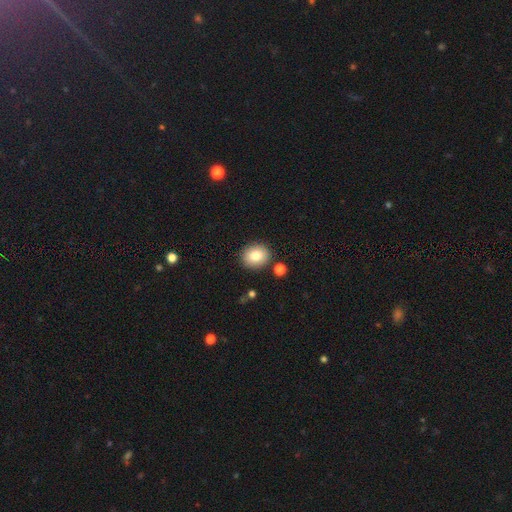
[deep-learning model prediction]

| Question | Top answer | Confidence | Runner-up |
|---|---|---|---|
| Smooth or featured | smooth | 82% | star or artifact (9%) |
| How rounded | round | 68% | in between (31%) |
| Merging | none | 84% | minor disturbance (9%) |